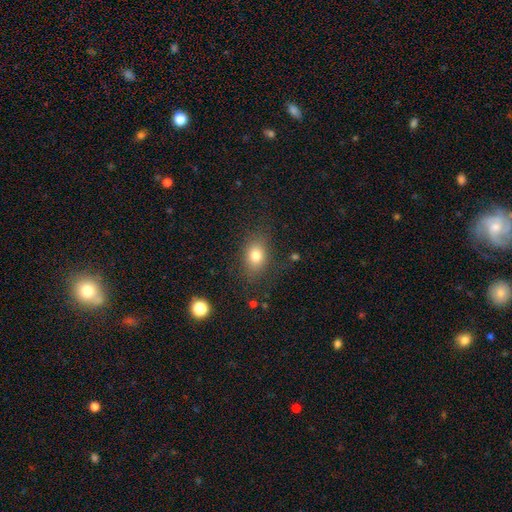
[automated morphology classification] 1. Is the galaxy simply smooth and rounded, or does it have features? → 78% smooth, 12% star or artifact, 11% featured or disk.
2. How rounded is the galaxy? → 68% in between, 30% round, 2% cigar-shaped.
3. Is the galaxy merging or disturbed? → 79% none, 14% minor disturbance, 6% major disturbance, 2% merger.